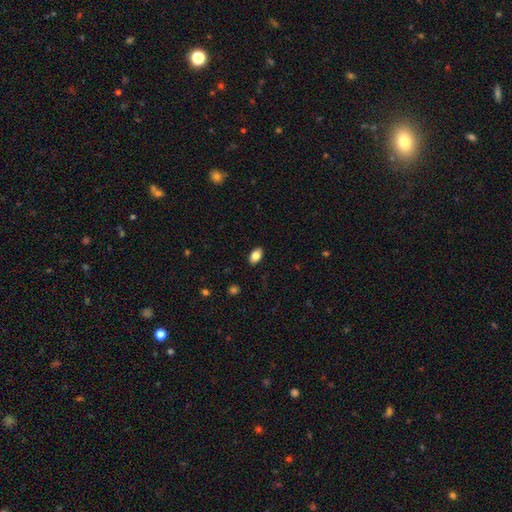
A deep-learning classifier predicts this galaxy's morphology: Smooth or featured? smooth (84%)
How rounded? in between (90%)
Merging? none (89%)